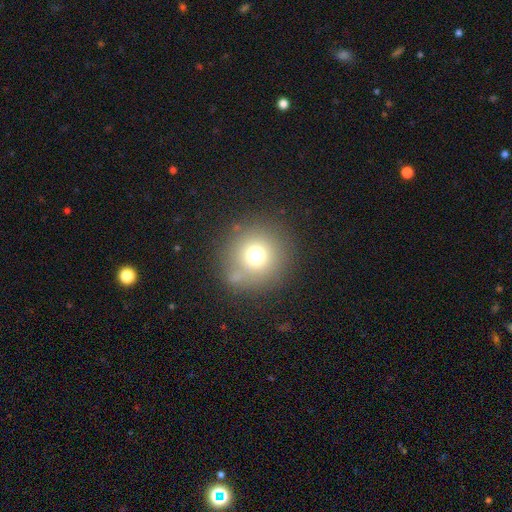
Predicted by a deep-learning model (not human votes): A smooth galaxy with no disk features (72%) that is round (95%).

Vote fractions:
- Smooth or featured? smooth: 72% / star or artifact: 17% / featured or disk: 12%
- How rounded? round: 95% / in between: 4% / cigar-shaped: 1%
- Merging? none: 81% / minor disturbance: 10% / major disturbance: 5% / merger: 5%